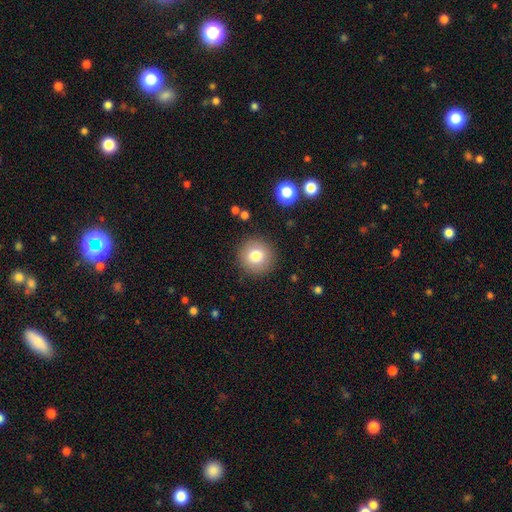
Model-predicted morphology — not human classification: The model was most divided on "smooth or featured": smooth: 78%, featured or disk: 11%, star or artifact: 11%. More confident: how rounded — round (94%); merging — none (89%).